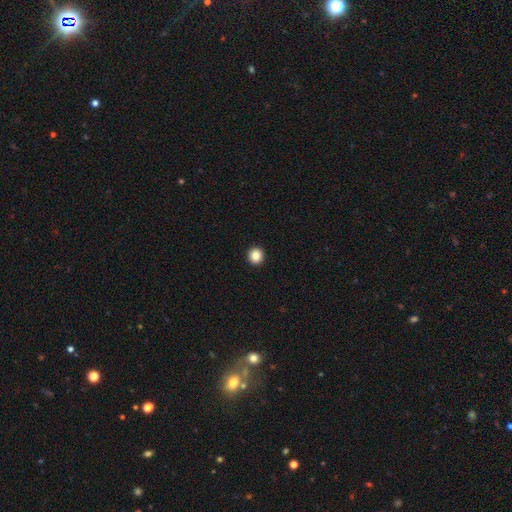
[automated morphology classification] The model was most divided on "smooth or featured": smooth: 85%, star or artifact: 10%, featured or disk: 5%. More confident: merging — none (94%); how rounded — round (94%).